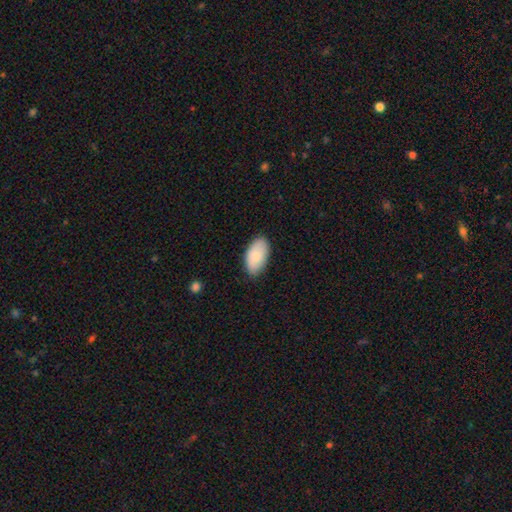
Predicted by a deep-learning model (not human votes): smooth-or-featured: smooth: 84% | featured or disk: 10% | star or artifact: 6%
  how-rounded: in between: 96% | round: 3% | cigar-shaped: 2%
  merging: none: 83% | minor disturbance: 14% | major disturbance: 2% | merger: 1%